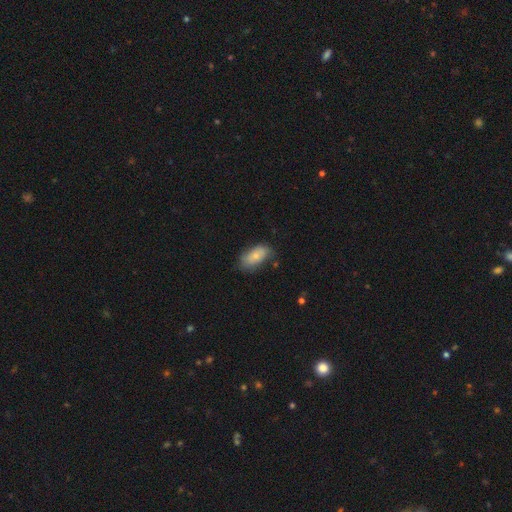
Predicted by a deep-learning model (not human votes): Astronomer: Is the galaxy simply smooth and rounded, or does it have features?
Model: smooth — 71%.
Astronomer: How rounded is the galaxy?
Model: in between — 91%.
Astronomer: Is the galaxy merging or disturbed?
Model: none — 64%.